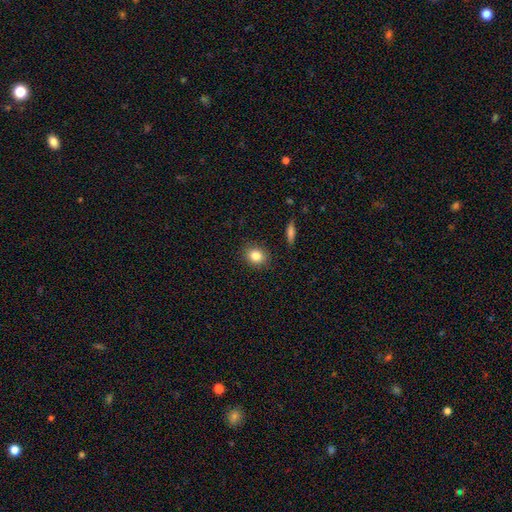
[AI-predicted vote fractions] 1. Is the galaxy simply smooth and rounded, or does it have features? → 83% smooth, 10% star or artifact, 8% featured or disk.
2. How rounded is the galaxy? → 59% round, 40% in between, 1% cigar-shaped.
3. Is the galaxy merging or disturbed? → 88% none, 8% minor disturbance, 2% major disturbance, 1% merger.